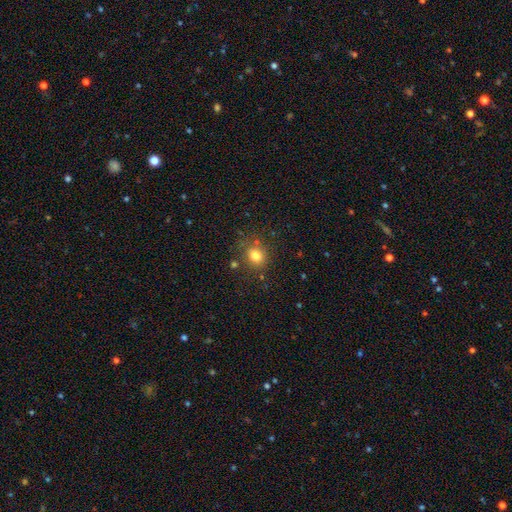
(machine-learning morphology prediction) Smooth or featured: smooth — 79% (star or artifact — 14%)
How rounded: round — 72% (in between — 27%)
Merging: none — 78% (minor disturbance — 12%)